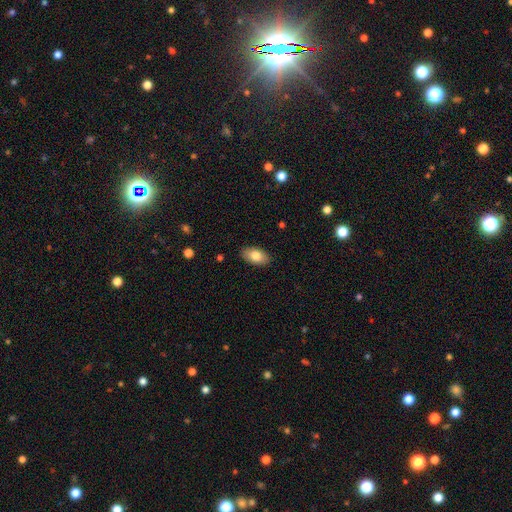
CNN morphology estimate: The model was most divided on "smooth or featured": smooth: 80%, featured or disk: 13%, star or artifact: 7%. More confident: how rounded — in between (94%); merging — none (88%).